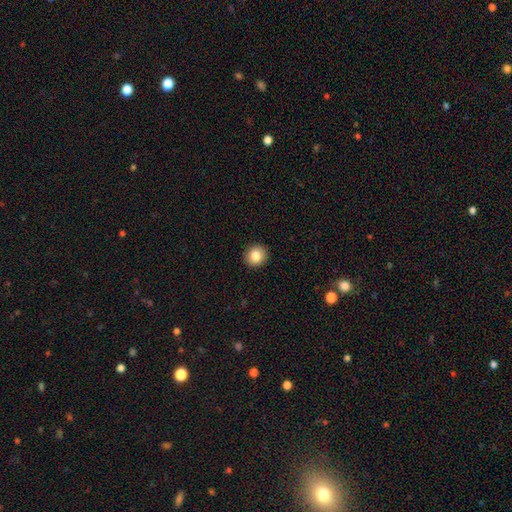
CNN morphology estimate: Smooth or featured? Predicted: smooth (p=0.84). How rounded? Predicted: round (p=0.89). Merging? Predicted: none (p=0.93).